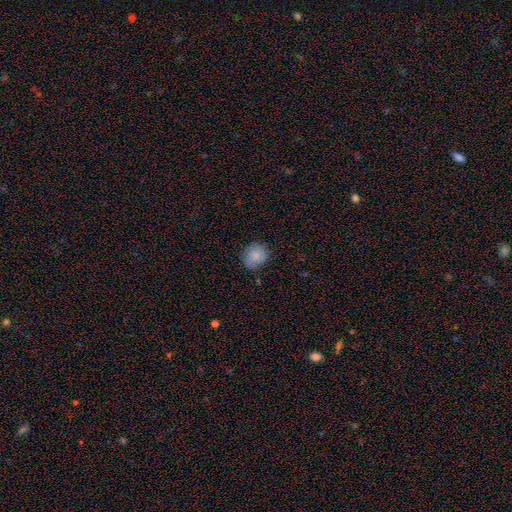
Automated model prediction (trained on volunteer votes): Overall: smooth (84%). How rounded: round (76%). Merging: none (80%).